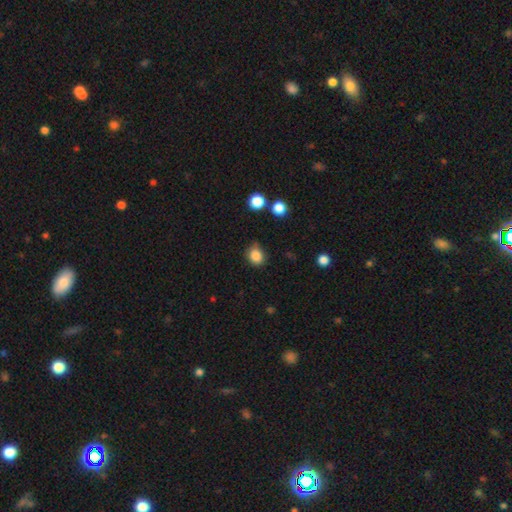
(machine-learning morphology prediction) A smooth galaxy with no disk features (85%) that is round (63%).

Vote fractions:
- Smooth or featured? smooth: 85% / star or artifact: 11% / featured or disk: 4%
- How rounded? round: 63% / in between: 37% / cigar-shaped: 1%
- Merging? none: 70% / minor disturbance: 22% / major disturbance: 5% / merger: 3%